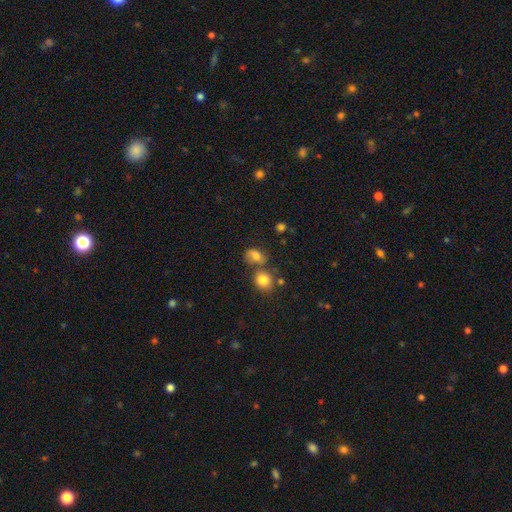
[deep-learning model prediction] This appears to be a smooth galaxy with no disk features (74%) that is in between round and cigar-shaped (60%). Merging: none (45%).